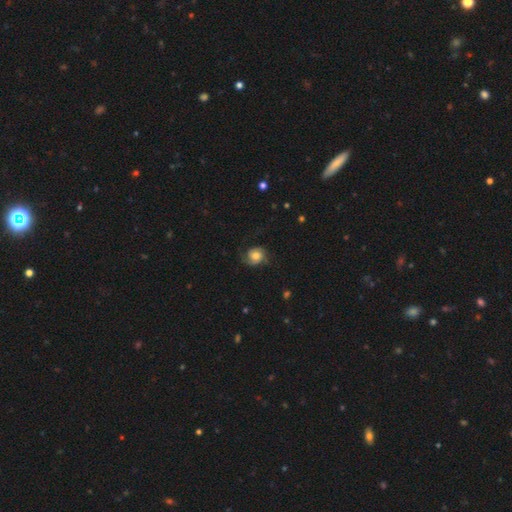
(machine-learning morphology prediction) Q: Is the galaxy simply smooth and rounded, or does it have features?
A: featured or disk — 50%.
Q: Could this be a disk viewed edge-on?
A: no — 97%.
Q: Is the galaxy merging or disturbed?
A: none — 66%.